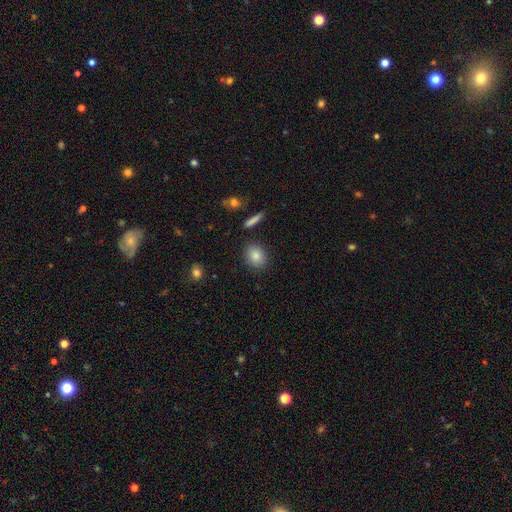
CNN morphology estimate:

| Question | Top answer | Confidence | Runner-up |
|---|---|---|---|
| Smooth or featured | smooth | 85% | star or artifact (8%) |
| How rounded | in between | 54% | round (44%) |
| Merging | none | 87% | minor disturbance (8%) |